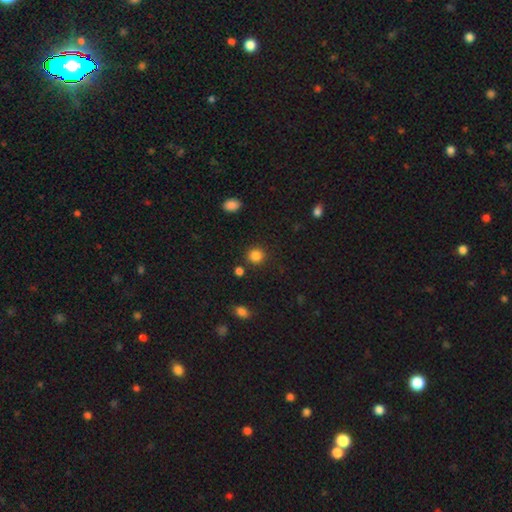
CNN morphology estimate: Smooth or featured? smooth (85%)
How rounded? round (90%)
Merging? none (87%)